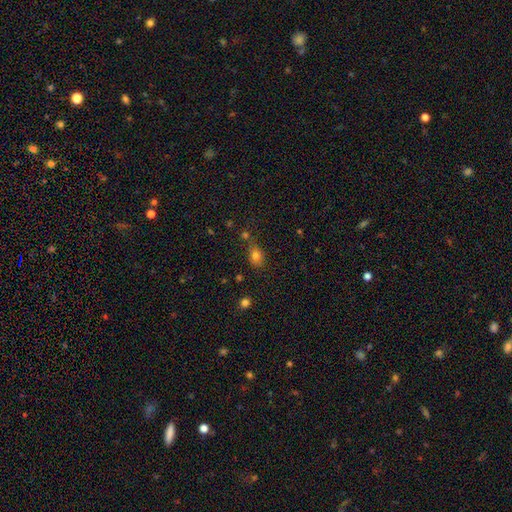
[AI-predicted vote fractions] Morphology: type=smooth (78%); roundness=in between (56%); merging=none (63%).